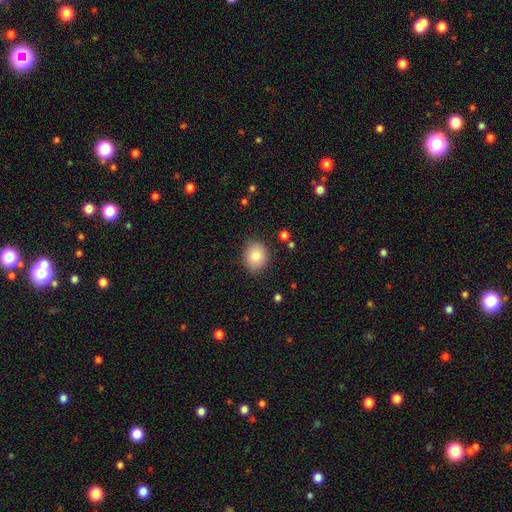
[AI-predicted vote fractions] This is clearly a smooth galaxy (82%). How rounded: likely round (64%). Merging: clearly none (86%).